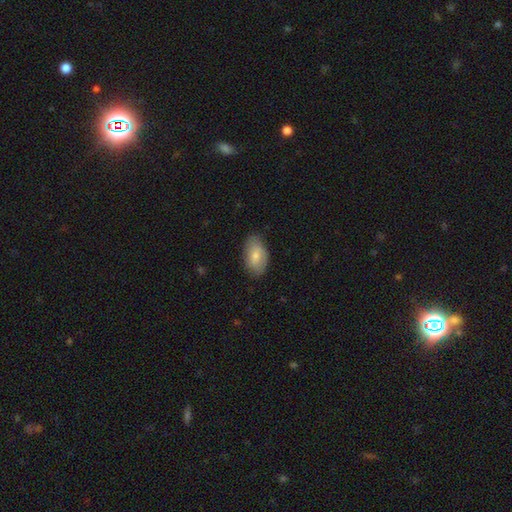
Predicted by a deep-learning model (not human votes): The model was most divided on "smooth or featured": smooth: 73%, featured or disk: 21%, star or artifact: 6%. More confident: how rounded — in between (93%); merging — none (78%).